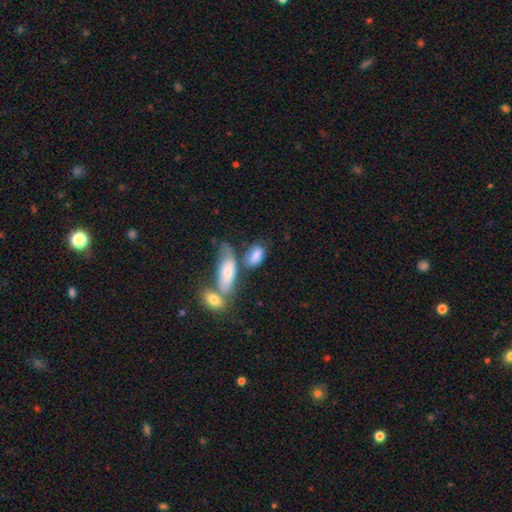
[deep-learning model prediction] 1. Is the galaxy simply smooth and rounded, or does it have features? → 77% smooth, 16% featured or disk, 7% star or artifact.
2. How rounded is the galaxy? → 86% in between, 8% cigar-shaped, 6% round.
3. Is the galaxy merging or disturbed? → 43% none, 29% merger, 19% minor disturbance, 9% major disturbance.